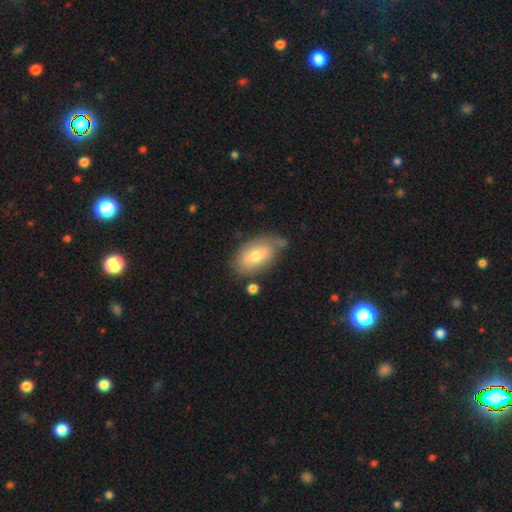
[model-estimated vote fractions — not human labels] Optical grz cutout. It shows a smooth galaxy with no disk features (72%) that is in between round and cigar-shaped (92%). Merging: none (67%).